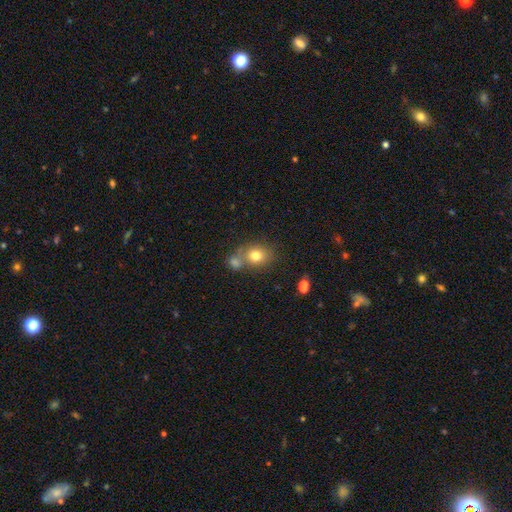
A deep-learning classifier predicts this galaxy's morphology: Smooth or featured? smooth (77%)
How rounded? round (65%)
Merging? none (53%)